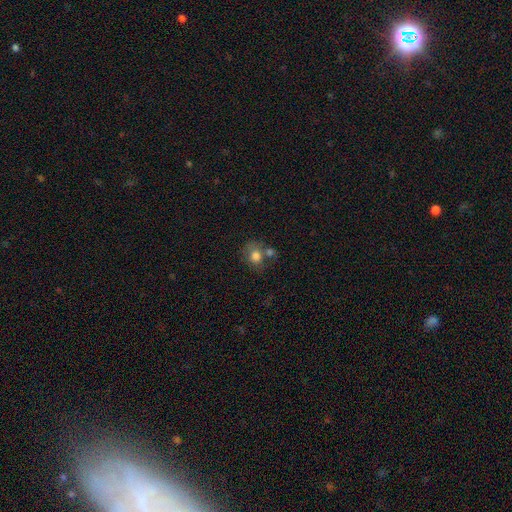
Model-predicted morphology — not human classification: This is likely a smooth galaxy (77%). How rounded: likely round (63%). Merging: marginally none (42%).